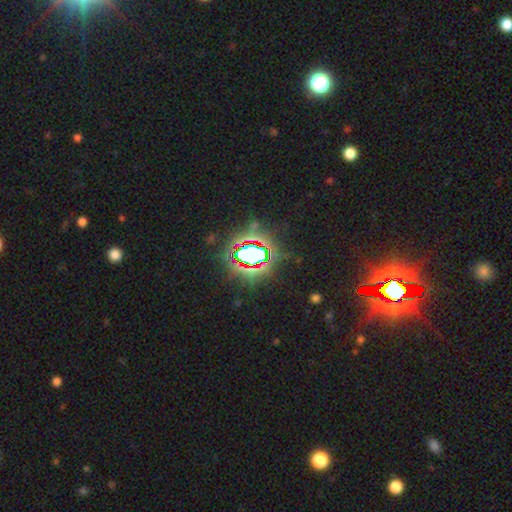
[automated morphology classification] Smooth or featured: star or artifact — 74% (smooth — 15%)